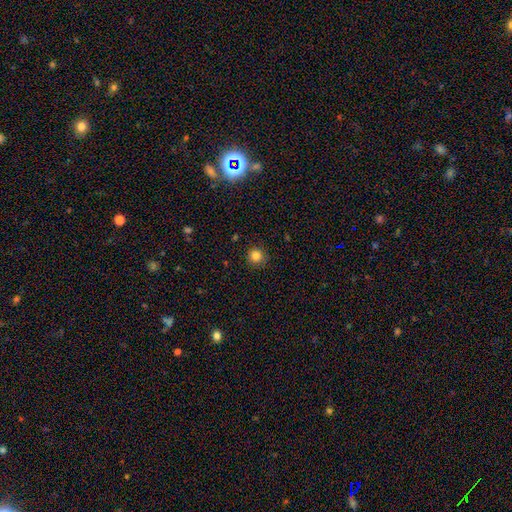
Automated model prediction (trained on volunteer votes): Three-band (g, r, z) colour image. It shows a smooth galaxy with no disk features (83%) that is round (94%). Merging: none (89%).